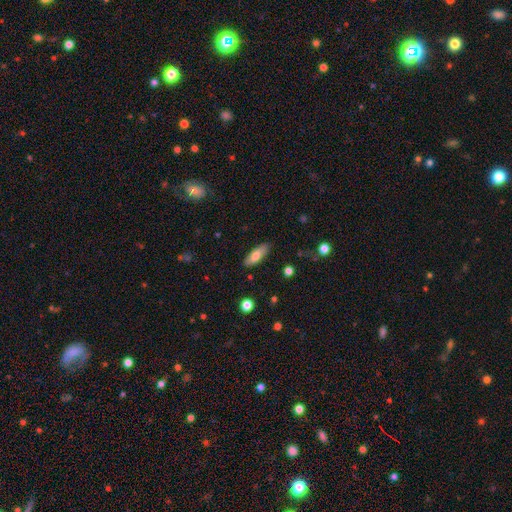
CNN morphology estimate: Overall: smooth (72%). How rounded: in between (68%; cigar-shaped 30%). Merging: none (82%).